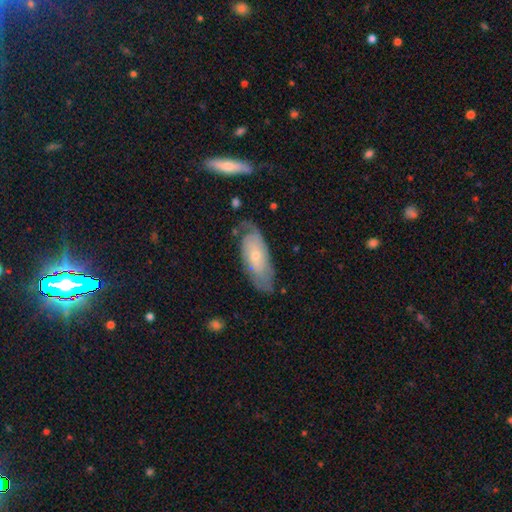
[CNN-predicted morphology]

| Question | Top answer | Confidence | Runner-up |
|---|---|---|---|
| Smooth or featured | featured or disk | 57% | smooth (37%) |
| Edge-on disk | no | 86% | yes (14%) |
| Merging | none | 60% | minor disturbance (25%) |